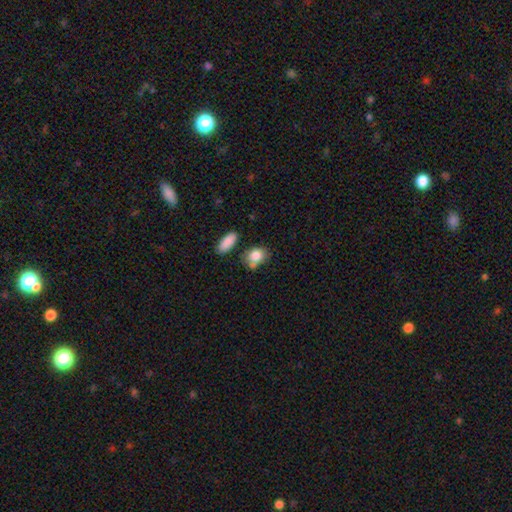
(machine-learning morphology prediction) A smooth galaxy with no disk features (83%) that is in between round and cigar-shaped (63%).

Vote fractions:
- Smooth or featured? smooth: 83% / featured or disk: 9% / star or artifact: 8%
- How rounded? in between: 63% / round: 35% / cigar-shaped: 2%
- Merging? none: 58% / minor disturbance: 20% / merger: 17% / major disturbance: 6%